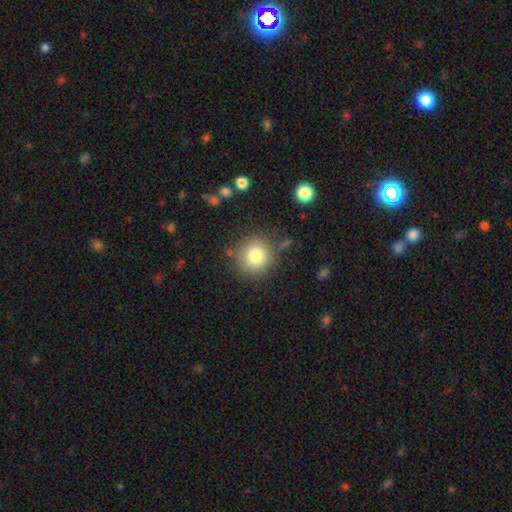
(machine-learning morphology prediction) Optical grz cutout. It shows a smooth galaxy with no disk features (80%) that is round (92%). Merging: none (79%).